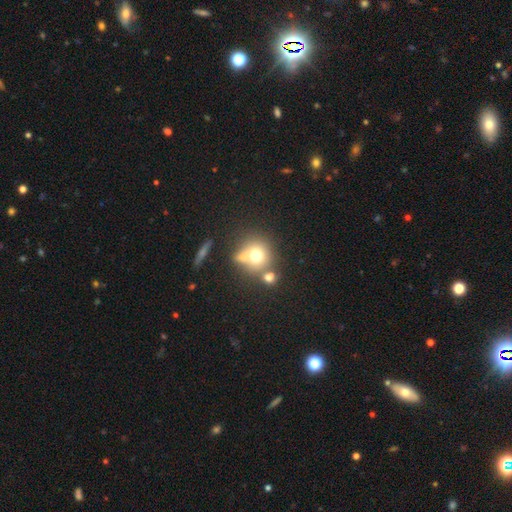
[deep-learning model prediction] Overall: smooth (68%). How rounded: round (84%). Merging: none (48%; merger 36%).